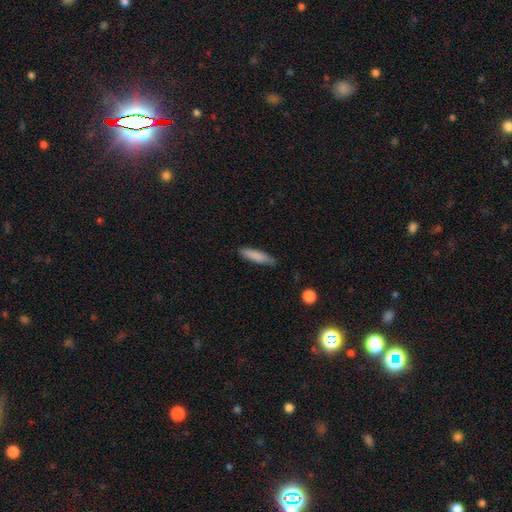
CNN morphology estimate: This is clearly a smooth galaxy (82%). How rounded: likely cigar-shaped (74%). Merging: likely none (77%).